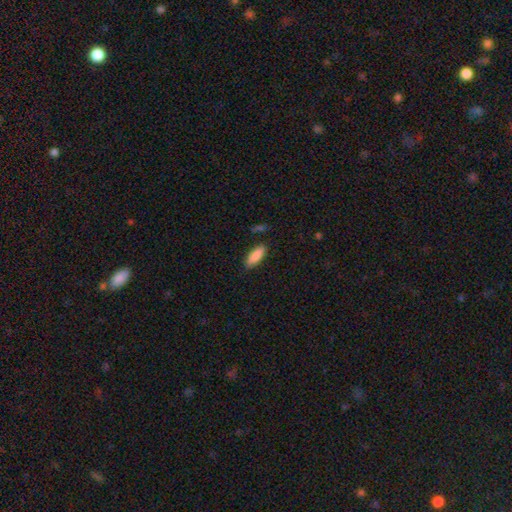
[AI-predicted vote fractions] This appears to be a smooth galaxy with no disk features (88%) that is in between round and cigar-shaped (69%). Merging: none (85%).